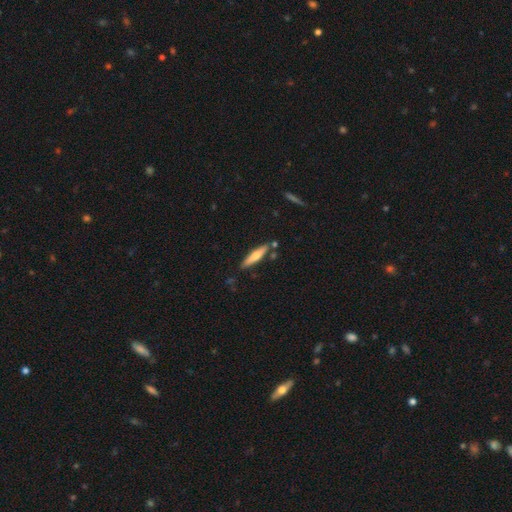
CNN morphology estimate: A smooth galaxy with no disk features (61%) that is cigar-shaped (86%). Merging: none (81%).